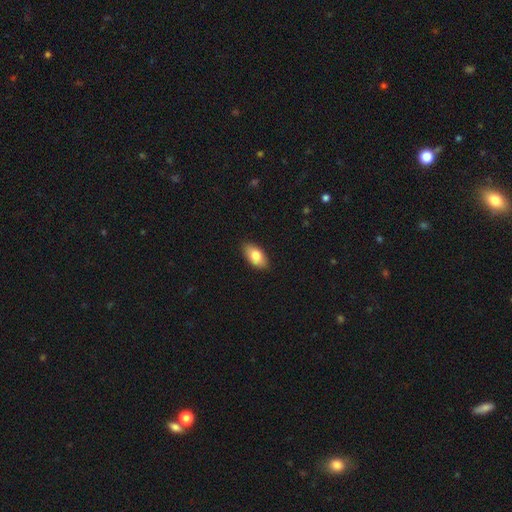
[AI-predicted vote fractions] Smooth or featured?
  - smooth: 80% *
  - featured or disk: 13%
  - star or artifact: 6%
How rounded?
  - in between: 93% *
  - round: 4%
  - cigar-shaped: 3%
Merging?
  - none: 88% *
  - minor disturbance: 9%
  - major disturbance: 2%
  - merger: 1%